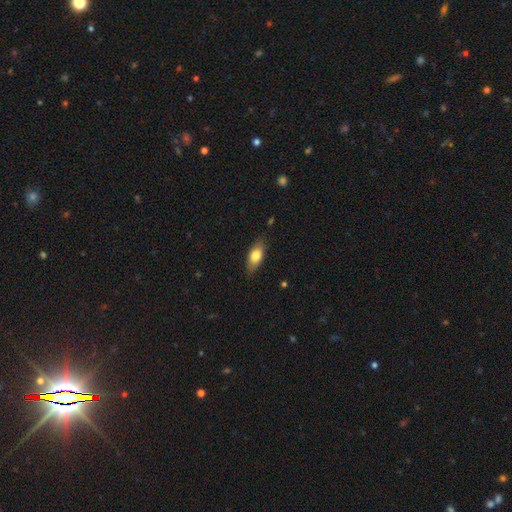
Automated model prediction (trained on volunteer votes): Smooth or featured? Predicted: smooth (p=0.75). How rounded? Predicted: in between (p=0.81). Merging? Predicted: none (p=0.80).